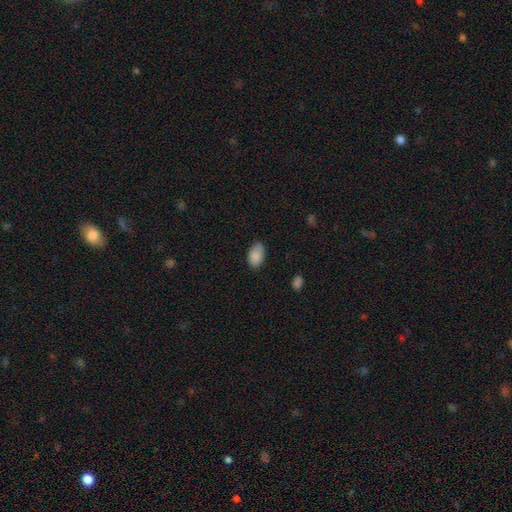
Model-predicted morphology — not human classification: Smooth or featured?
  - smooth: 87% *
  - star or artifact: 7%
  - featured or disk: 6%
How rounded?
  - in between: 93% *
  - round: 6%
  - cigar-shaped: 2%
Merging?
  - none: 75% *
  - minor disturbance: 20%
  - major disturbance: 4%
  - merger: 1%